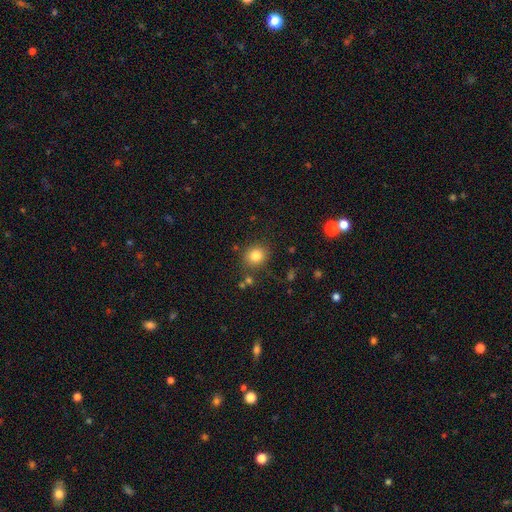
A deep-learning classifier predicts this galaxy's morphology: smooth 82%, star or artifact 12%, featured or disk 7%. Down the decision tree: how rounded — round (77%); merging — none (83%).